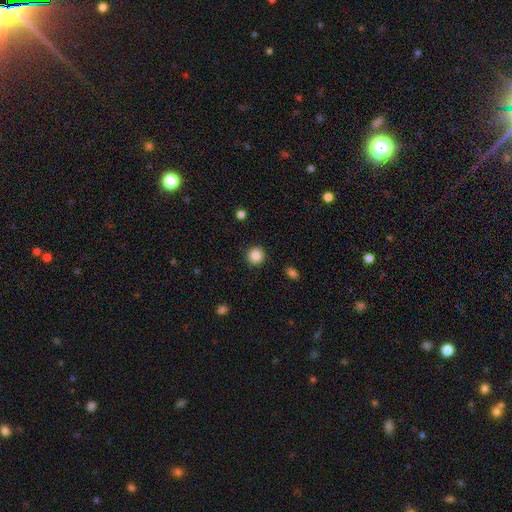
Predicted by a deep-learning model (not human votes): smooth_or_featured: smooth (p=0.86) [alt: star or artifact p=0.09]
how_rounded: round (p=0.94) [alt: in between p=0.05]
merging: none (p=0.92) [alt: minor disturbance p=0.05]